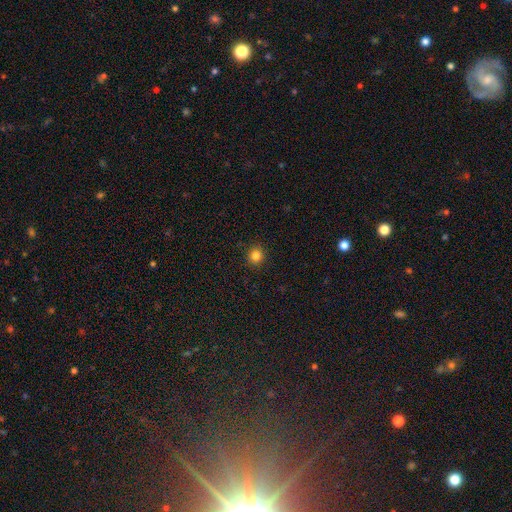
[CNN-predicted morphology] Smooth or featured: smooth — 83% (star or artifact — 12%)
How rounded: round — 89% (in between — 10%)
Merging: none — 92% (minor disturbance — 5%)